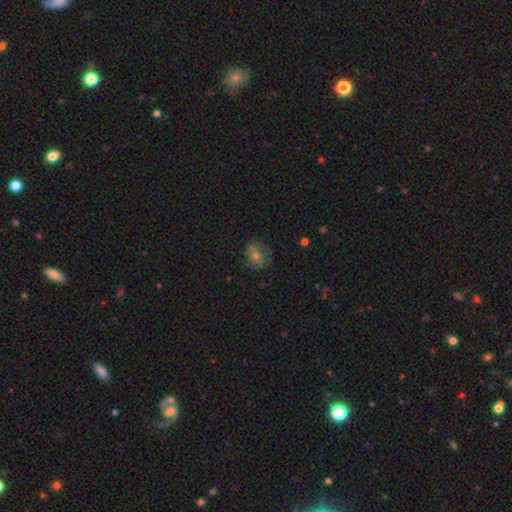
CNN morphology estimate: A smooth galaxy with no disk features (56%) that is round (61%).

Vote fractions:
- Smooth or featured? smooth: 56% / featured or disk: 25% / star or artifact: 19%
- How rounded? round: 61% / in between: 38% / cigar-shaped: 1%
- Merging? none: 67% / minor disturbance: 22% / major disturbance: 8% / merger: 3%